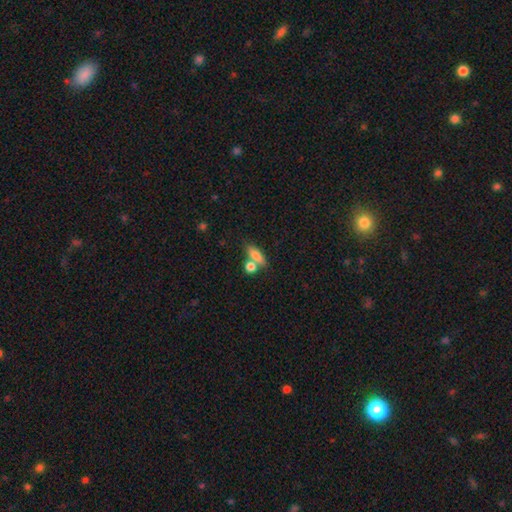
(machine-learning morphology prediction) type=smooth (76%); roundness=in between (55%); merging=none (50%).